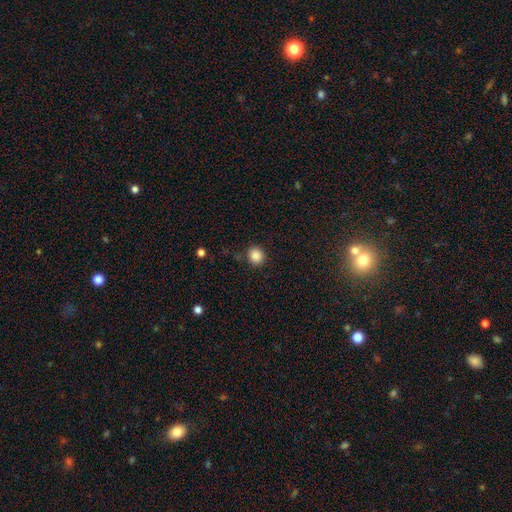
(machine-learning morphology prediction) A smooth galaxy with no disk features (87%) that is round (84%). Merging: none (85%).